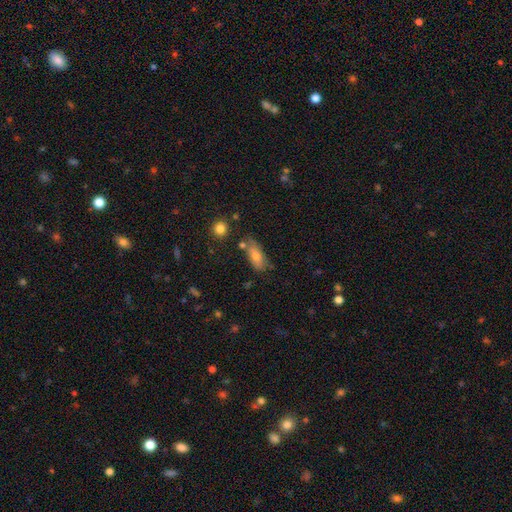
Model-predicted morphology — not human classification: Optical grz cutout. It shows a smooth galaxy with no disk features (71%) that is in between round and cigar-shaped (75%). Merging: none (63%).